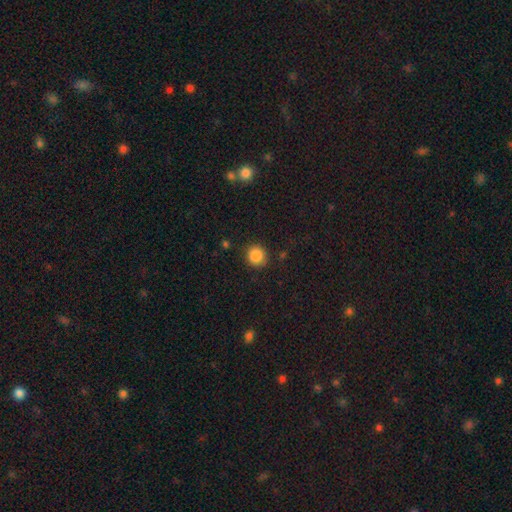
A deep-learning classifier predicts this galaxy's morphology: Smooth or featured? Predicted: smooth (p=0.86). How rounded? Predicted: round (p=0.90). Merging? Predicted: none (p=0.86).